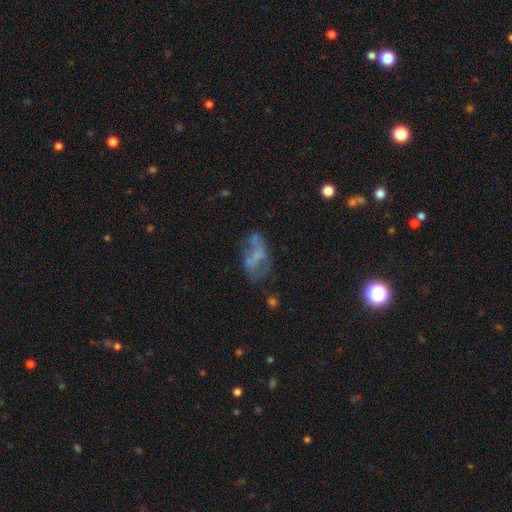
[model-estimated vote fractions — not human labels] smooth-or-featured: featured or disk: 51% | smooth: 35% | star or artifact: 14%
  disk-edge-on: no: 95% | yes: 5%
  merging: none: 40% | major disturbance: 26% | minor disturbance: 22% | merger: 12%